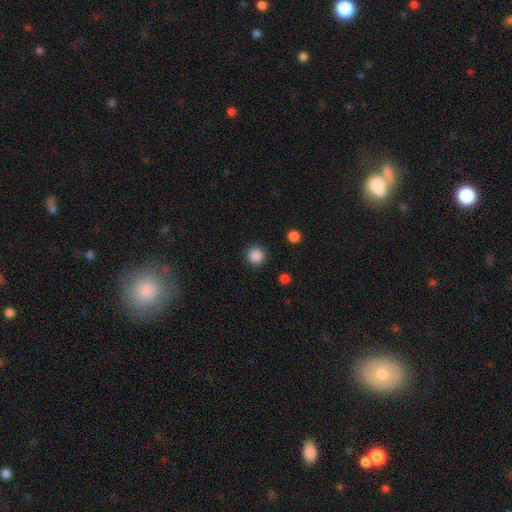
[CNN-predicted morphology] Q: Smooth or featured?
A: smooth (87%); runner-up: star or artifact (11%)
Q: How rounded?
A: round (95%); runner-up: in between (4%)
Q: Merging?
A: none (91%); runner-up: minor disturbance (5%)